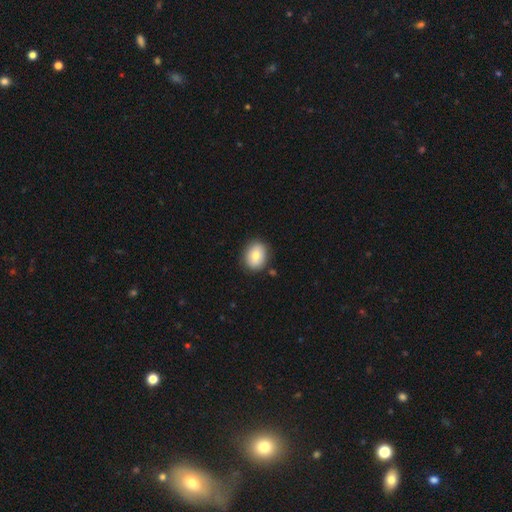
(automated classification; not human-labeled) Smooth or featured?
  - smooth: 77% *
  - featured or disk: 15%
  - star or artifact: 8%
How rounded?
  - round: 52% *
  - in between: 47%
  - cigar-shaped: 1%
Merging?
  - none: 86% *
  - minor disturbance: 10%
  - major disturbance: 2%
  - merger: 2%